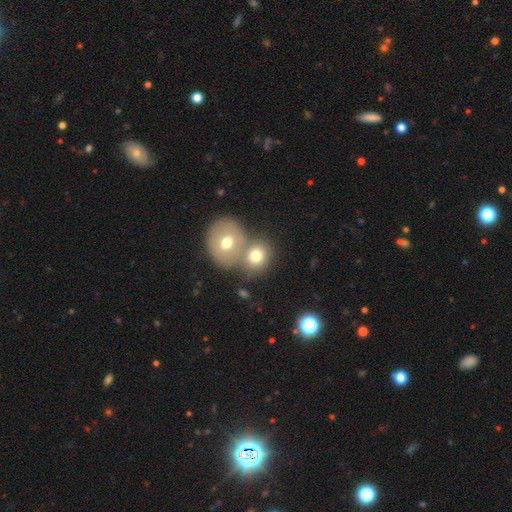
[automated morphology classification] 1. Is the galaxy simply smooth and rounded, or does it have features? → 73% smooth, 18% featured or disk, 10% star or artifact.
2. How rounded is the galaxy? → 71% round, 28% in between, 1% cigar-shaped.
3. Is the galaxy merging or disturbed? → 51% merger, 36% none, 9% minor disturbance, 4% major disturbance.